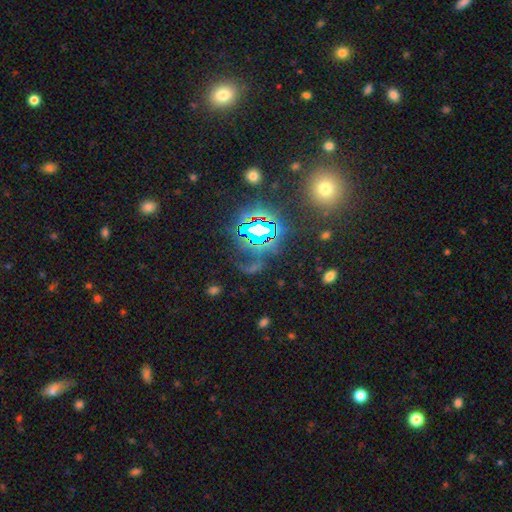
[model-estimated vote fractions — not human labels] Morphology: type=star or artifact (78%).